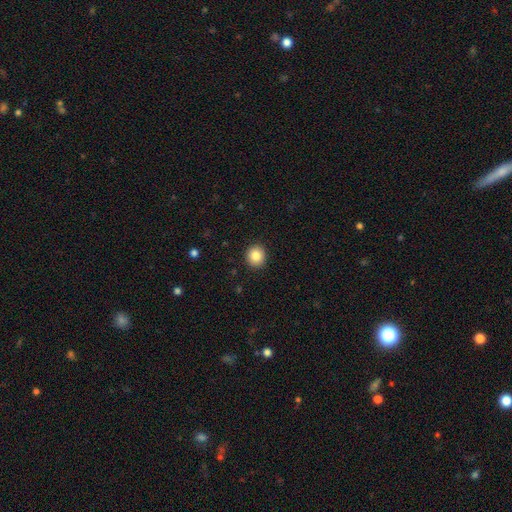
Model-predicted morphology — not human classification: Smooth or featured?
  - smooth: 85% *
  - star or artifact: 10%
  - featured or disk: 5%
How rounded?
  - round: 87% *
  - in between: 12%
  - cigar-shaped: 1%
Merging?
  - none: 92% *
  - minor disturbance: 6%
  - major disturbance: 2%
  - merger: 1%